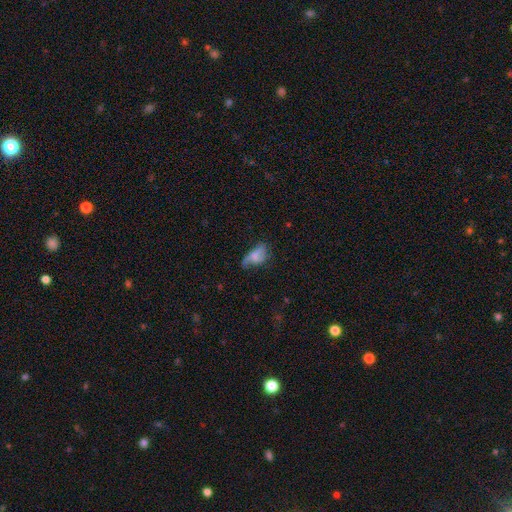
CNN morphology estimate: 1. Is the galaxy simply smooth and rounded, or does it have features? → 49% smooth, 39% featured or disk, 11% star or artifact.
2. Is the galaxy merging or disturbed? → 33% major disturbance (tied), 33% none (tied), 30% minor disturbance, 5% merger.